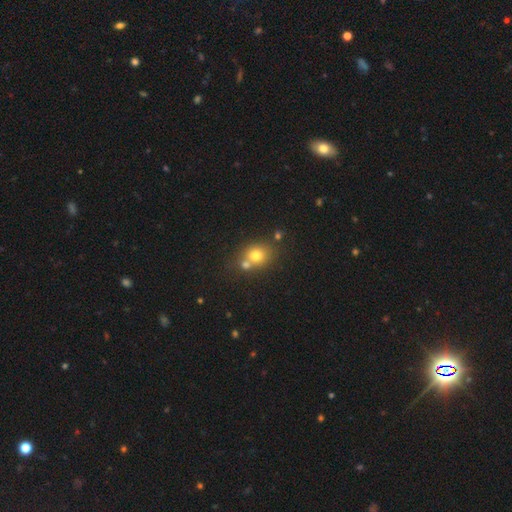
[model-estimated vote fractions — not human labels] Smooth or featured? smooth (73%)
How rounded? round (70%)
Merging? none (47%)